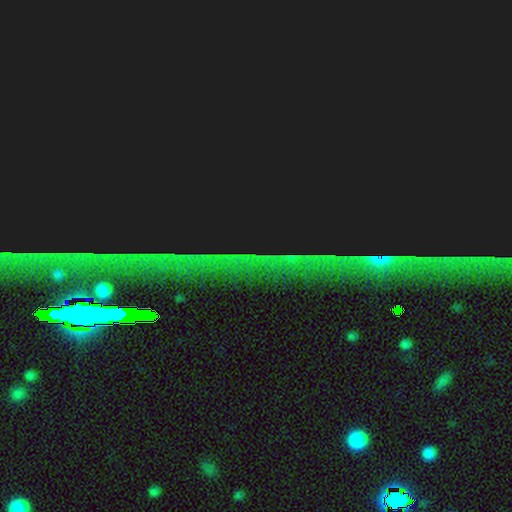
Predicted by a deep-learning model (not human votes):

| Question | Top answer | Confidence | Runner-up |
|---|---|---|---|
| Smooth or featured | star or artifact | 82% | featured or disk (9%) |